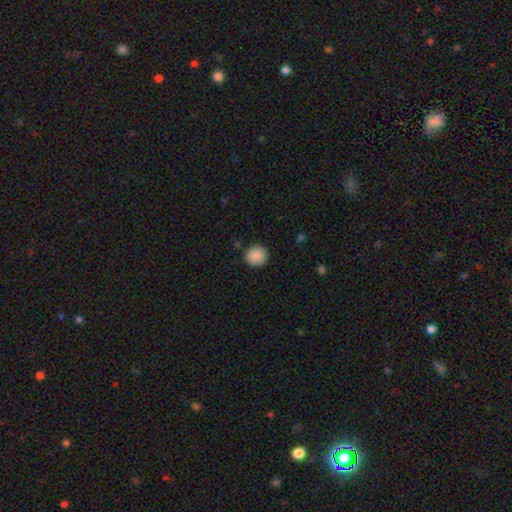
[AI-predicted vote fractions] Morphology: type=smooth (89%); roundness=round (93%); merging=none (91%).